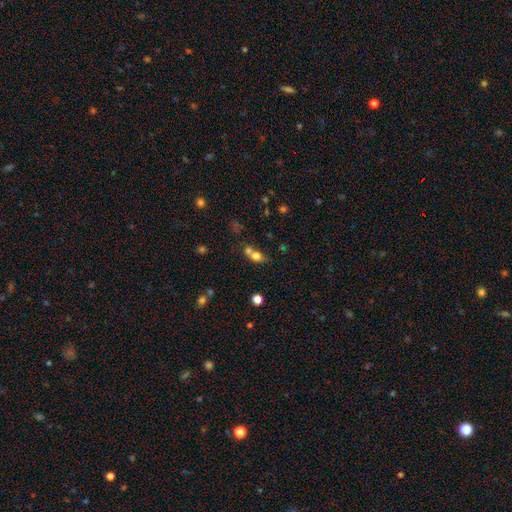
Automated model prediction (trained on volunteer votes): Smooth or featured?
  - smooth: 73% *
  - featured or disk: 14%
  - star or artifact: 13%
How rounded?
  - in between: 57% *
  - round: 39%
  - cigar-shaped: 4%
Merging?
  - merger: 52% *
  - none: 34%
  - minor disturbance: 10%
  - major disturbance: 5%